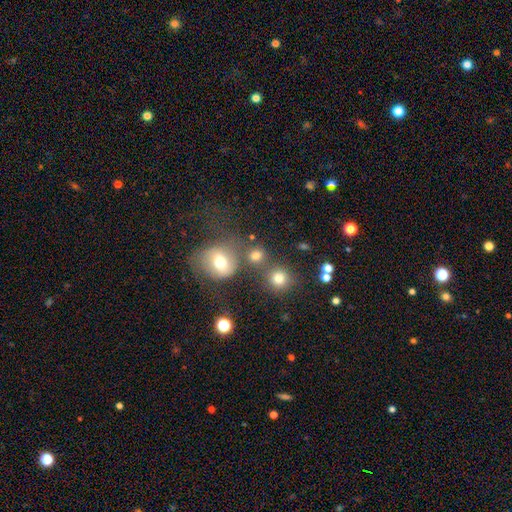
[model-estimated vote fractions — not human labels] A smooth galaxy with no disk features (75%) that is round (79%). Merging: none (56%).